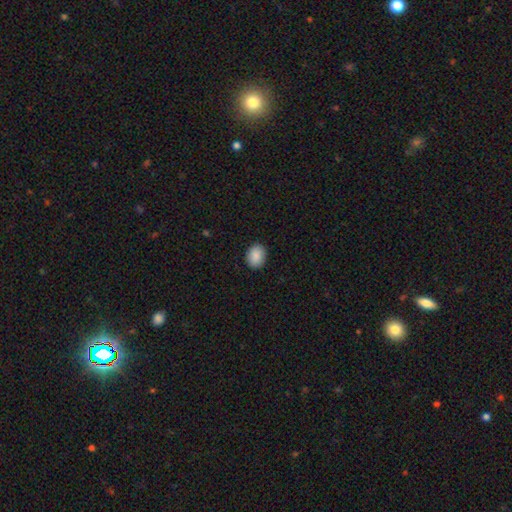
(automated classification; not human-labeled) Smooth or featured? Predicted: smooth (p=0.89). How rounded? Predicted: in between (p=0.57). Merging? Predicted: none (p=0.90).